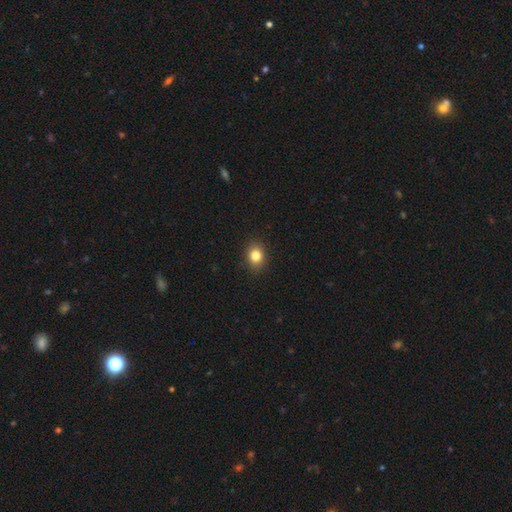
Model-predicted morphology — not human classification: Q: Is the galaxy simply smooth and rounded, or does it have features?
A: smooth — 83%.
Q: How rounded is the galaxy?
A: round — 51%.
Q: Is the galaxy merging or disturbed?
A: none — 89%.